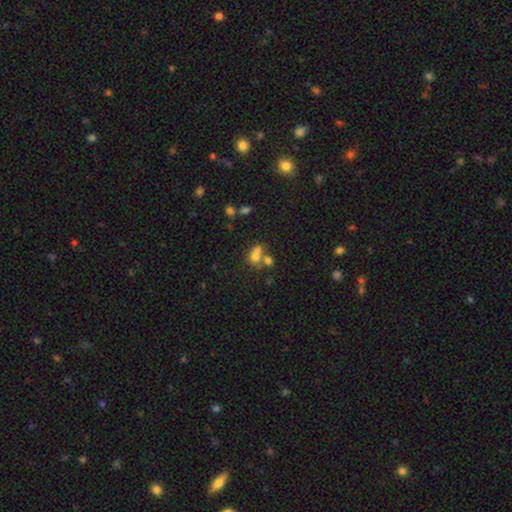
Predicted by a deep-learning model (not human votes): smooth-or-featured: smooth: 64% | featured or disk: 20% | star or artifact: 16%
  how-rounded: round: 58% | in between: 40% | cigar-shaped: 1%
  merging: merger: 59% | none: 28% | minor disturbance: 8% | major disturbance: 5%